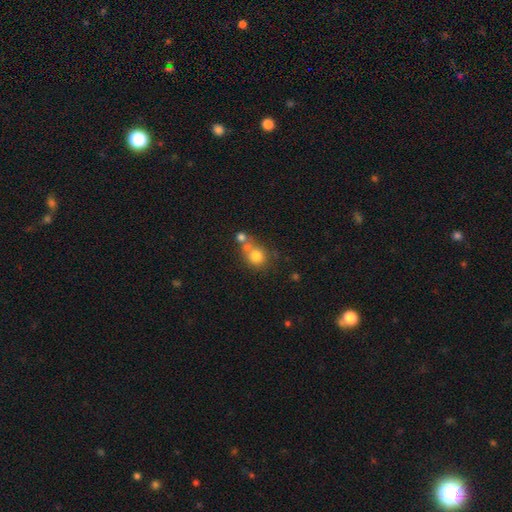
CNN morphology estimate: A smooth galaxy with no disk features (76%) that is round (79%). Merging: none (41%, tied with merger).